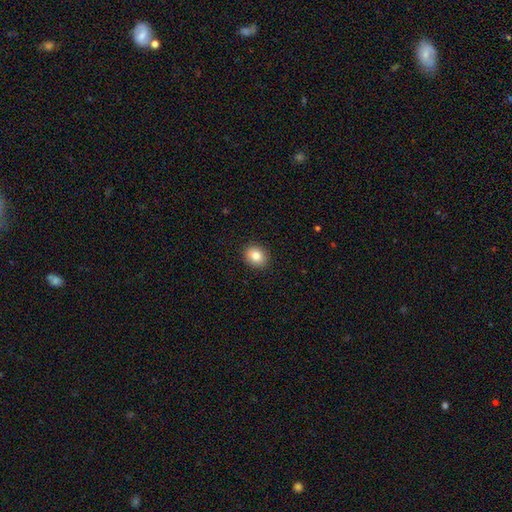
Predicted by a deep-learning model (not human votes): Smooth or featured: smooth — 83% (star or artifact — 9%)
How rounded: round — 59% (in between — 40%)
Merging: none — 91% (minor disturbance — 6%)